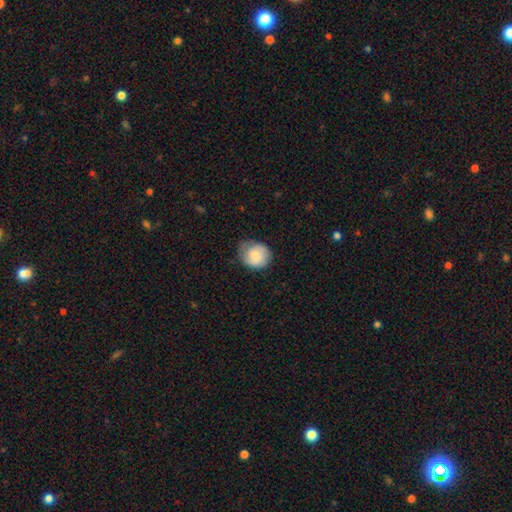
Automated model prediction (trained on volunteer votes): Smooth or featured?
  - smooth: 74% *
  - featured or disk: 19%
  - star or artifact: 7%
How rounded?
  - round: 76% *
  - in between: 23%
  - cigar-shaped: 1%
Merging?
  - none: 59% *
  - minor disturbance: 33%
  - major disturbance: 8%
  - merger: 1%